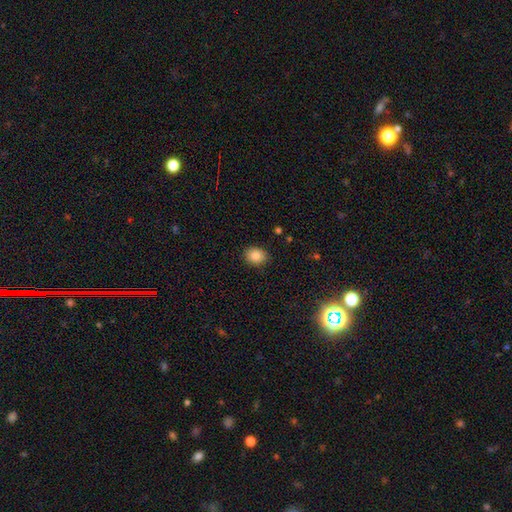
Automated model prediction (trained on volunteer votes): Morphology: type=smooth (86%); roundness=in between (55%); merging=none (88%).